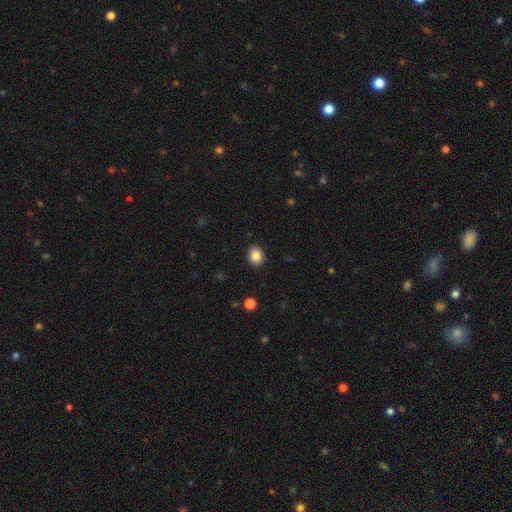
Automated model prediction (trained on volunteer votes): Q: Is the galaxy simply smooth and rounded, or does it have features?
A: smooth — 85%.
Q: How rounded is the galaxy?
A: round — 66%.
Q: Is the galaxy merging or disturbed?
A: none — 91%.